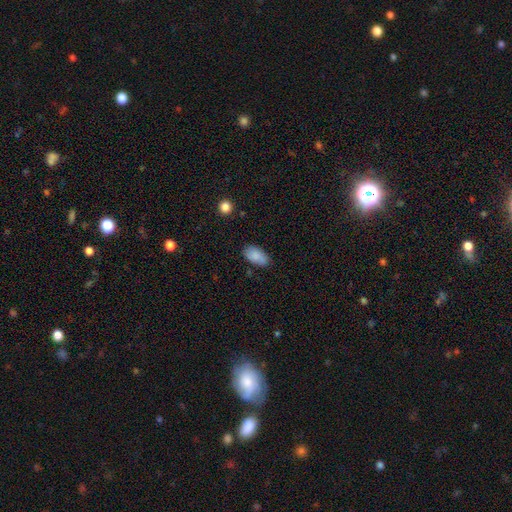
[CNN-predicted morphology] Smooth or featured?
  - smooth: 86% *
  - featured or disk: 7%
  - star or artifact: 7%
How rounded?
  - in between: 94% *
  - round: 4%
  - cigar-shaped: 3%
Merging?
  - none: 75% *
  - minor disturbance: 19%
  - major disturbance: 4%
  - merger: 2%